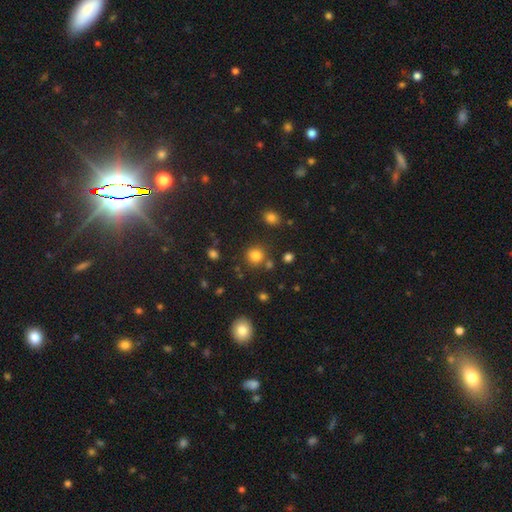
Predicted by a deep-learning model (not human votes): smooth_or_featured: smooth (p=0.79) [alt: star or artifact p=0.15]
how_rounded: round (p=0.89) [alt: in between p=0.10]
merging: none (p=0.79) [alt: minor disturbance p=0.09]